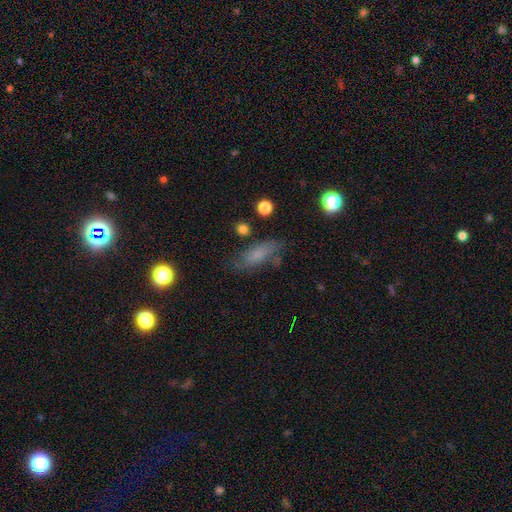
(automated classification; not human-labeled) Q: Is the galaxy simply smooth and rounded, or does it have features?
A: smooth — 53%.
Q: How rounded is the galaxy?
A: in between — 62%.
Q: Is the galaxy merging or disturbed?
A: none — 67%.